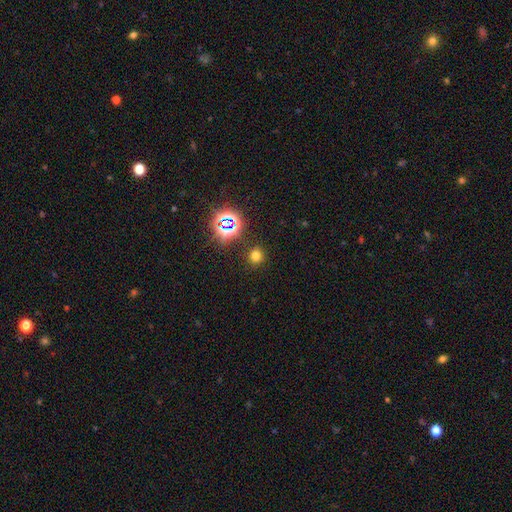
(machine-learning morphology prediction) Q: Smooth or featured?
A: smooth (67%); runner-up: star or artifact (26%)
Q: How rounded?
A: round (86%); runner-up: in between (13%)
Q: Merging?
A: none (88%); runner-up: minor disturbance (7%)